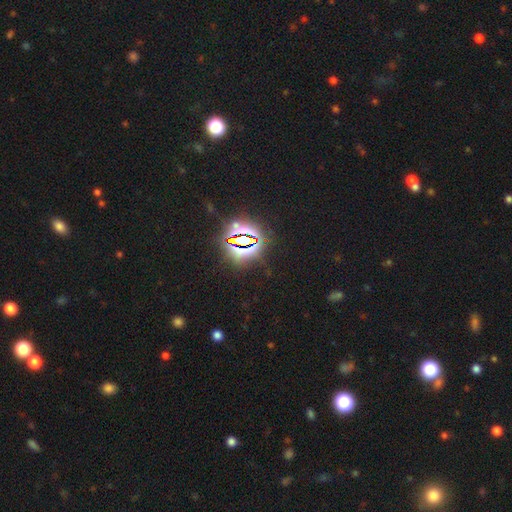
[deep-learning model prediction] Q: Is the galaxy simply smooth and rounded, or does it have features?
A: star or artifact — 82%.